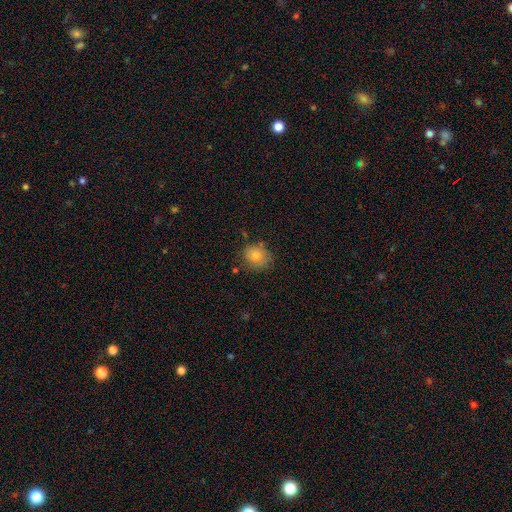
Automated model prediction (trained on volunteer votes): A smooth galaxy with no disk features (80%) that is round (75%).

Vote fractions:
- Smooth or featured? smooth: 80% / star or artifact: 11% / featured or disk: 9%
- How rounded? round: 75% / in between: 24% / cigar-shaped: 1%
- Merging? none: 74% / minor disturbance: 19% / major disturbance: 4% / merger: 3%